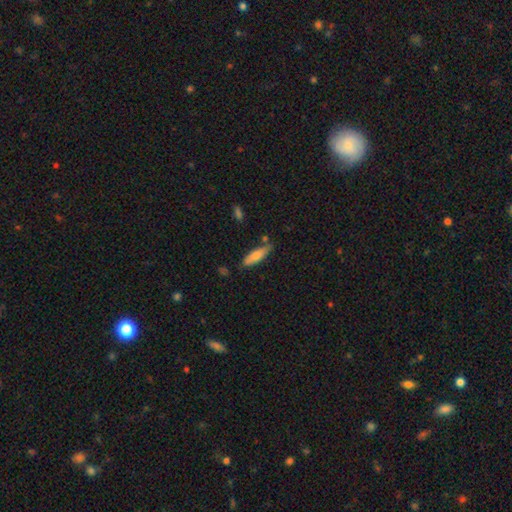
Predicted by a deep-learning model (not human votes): The model was most divided on "how rounded": cigar-shaped: 55%, in between: 43%, round: 2%. More confident: smooth or featured — smooth (75%); merging — none (73%).